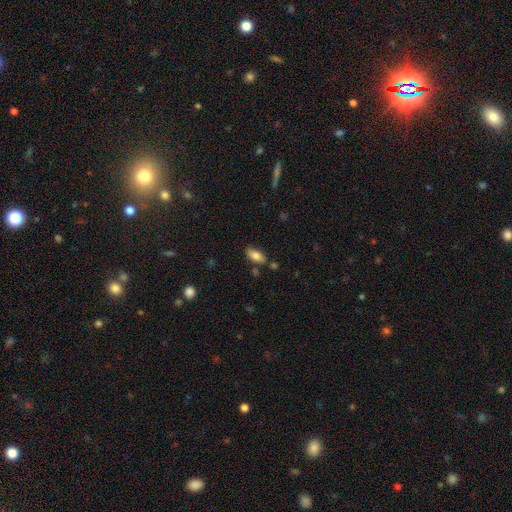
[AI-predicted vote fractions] This is likely a smooth galaxy (80%). How rounded: clearly in between (87%). Merging: likely none (74%).